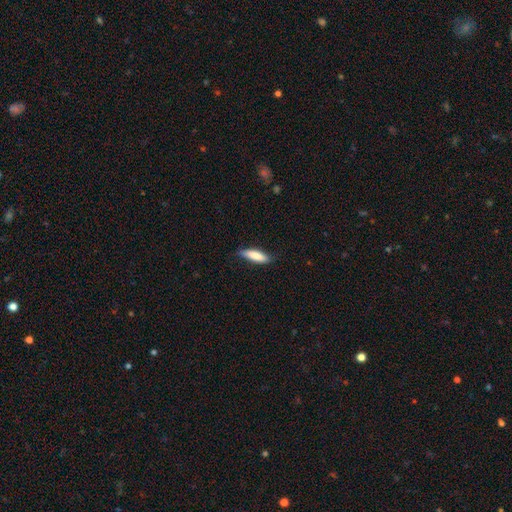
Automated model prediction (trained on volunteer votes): Smooth or featured: smooth — 80% (featured or disk — 14%)
How rounded: cigar-shaped — 60% (in between — 39%)
Merging: none — 71% (minor disturbance — 23%)